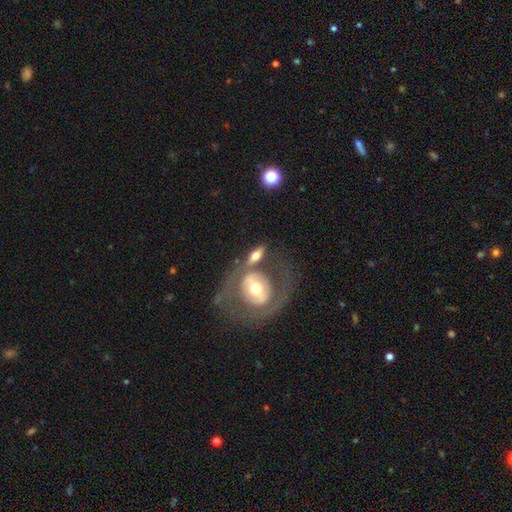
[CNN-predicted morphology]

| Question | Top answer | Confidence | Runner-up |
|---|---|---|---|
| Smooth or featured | featured or disk | 51% | smooth (43%) |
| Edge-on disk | no | 73% | yes (27%) |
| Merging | none | 49% | merger (25%) |